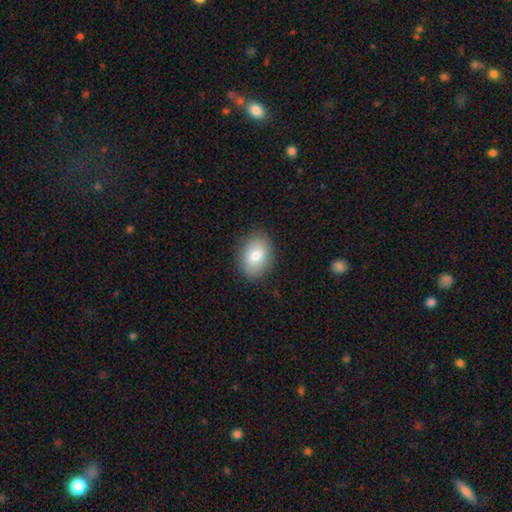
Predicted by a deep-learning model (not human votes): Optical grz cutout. It shows a smooth galaxy with no disk features (78%) that is in between round and cigar-shaped (74%). Merging: none (87%).